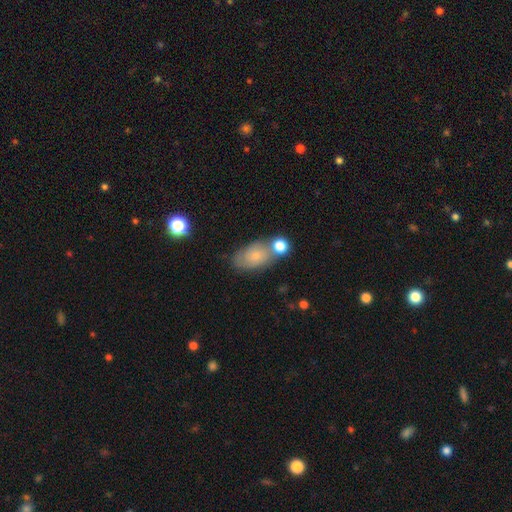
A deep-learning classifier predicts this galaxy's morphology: type=smooth (63%); roundness=in between (84%); merging=none (49%).